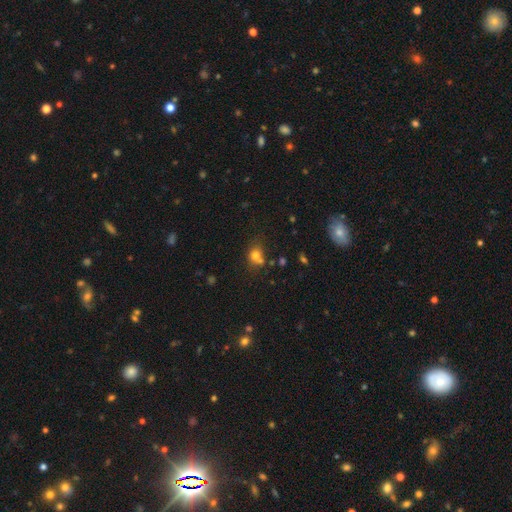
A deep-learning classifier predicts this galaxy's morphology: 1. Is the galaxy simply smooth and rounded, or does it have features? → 73% smooth, 15% star or artifact, 11% featured or disk.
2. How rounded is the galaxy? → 67% round, 32% in between, 1% cigar-shaped.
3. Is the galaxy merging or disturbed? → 49% none, 28% merger, 16% minor disturbance, 6% major disturbance.